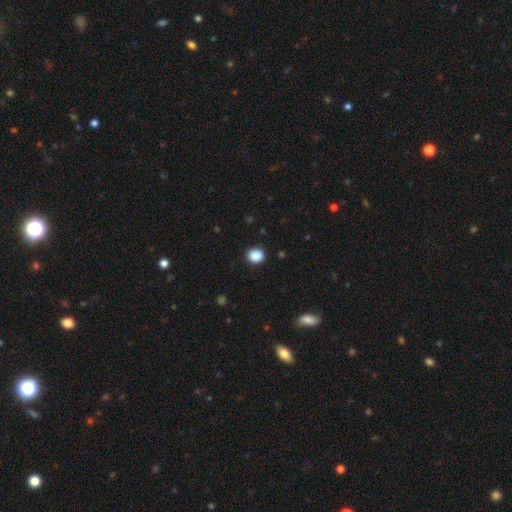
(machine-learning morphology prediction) Smooth or featured?
  - smooth: 89% *
  - star or artifact: 9%
  - featured or disk: 3%
How rounded?
  - round: 73% *
  - in between: 26%
  - cigar-shaped: 1%
Merging?
  - none: 89% *
  - minor disturbance: 8%
  - major disturbance: 2%
  - merger: 1%